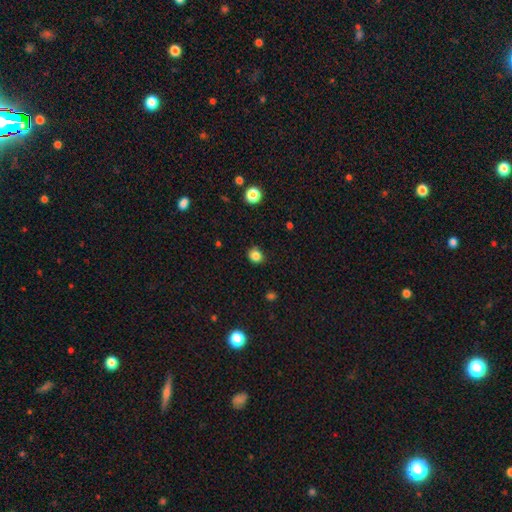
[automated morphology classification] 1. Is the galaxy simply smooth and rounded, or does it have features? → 84% smooth, 12% star or artifact, 4% featured or disk.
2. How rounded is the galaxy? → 79% round, 20% in between, 1% cigar-shaped.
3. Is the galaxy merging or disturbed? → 86% none, 10% minor disturbance, 2% major disturbance, 1% merger.